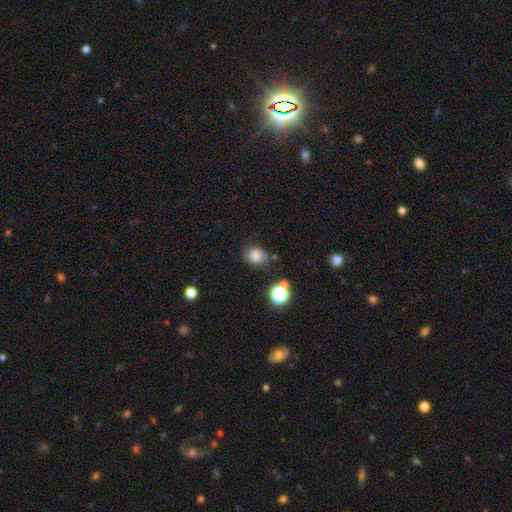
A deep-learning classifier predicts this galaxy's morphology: smooth-or-featured: smooth: 76% | star or artifact: 14% | featured or disk: 10%
  how-rounded: round: 59% | in between: 40% | cigar-shaped: 1%
  merging: none: 64% | minor disturbance: 23% | major disturbance: 7% | merger: 6%